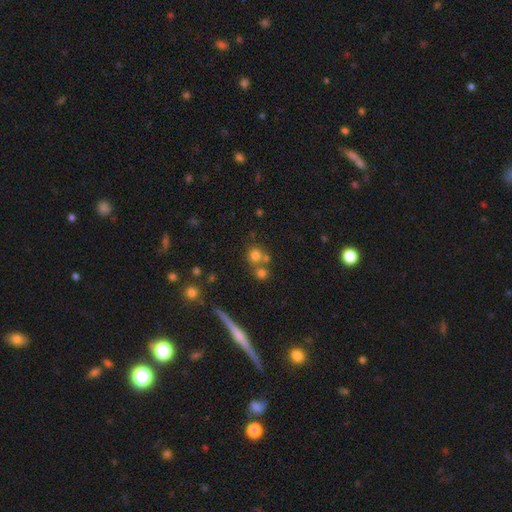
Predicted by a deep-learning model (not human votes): Smooth or featured? smooth (71%)
How rounded? round (87%)
Merging? none (53%)